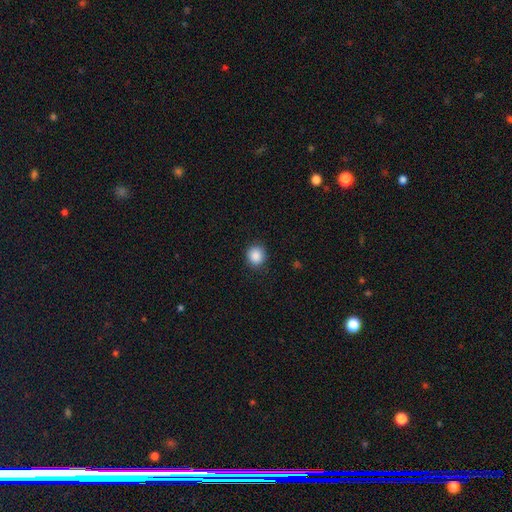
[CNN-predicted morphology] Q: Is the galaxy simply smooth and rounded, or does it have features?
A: smooth — 88%.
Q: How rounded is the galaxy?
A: round — 83%.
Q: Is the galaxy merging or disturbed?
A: none — 88%.